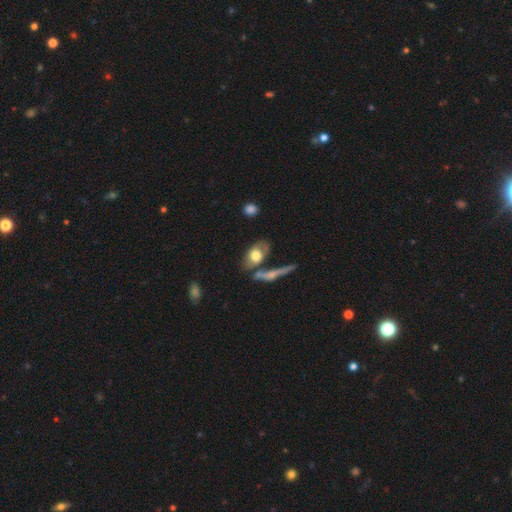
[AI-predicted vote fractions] Smooth or featured?
  - smooth: 64% *
  - featured or disk: 29%
  - star or artifact: 7%
How rounded?
  - in between: 84% *
  - round: 9%
  - cigar-shaped: 7%
Merging?
  - none: 48% *
  - merger: 24%
  - minor disturbance: 19%
  - major disturbance: 10%